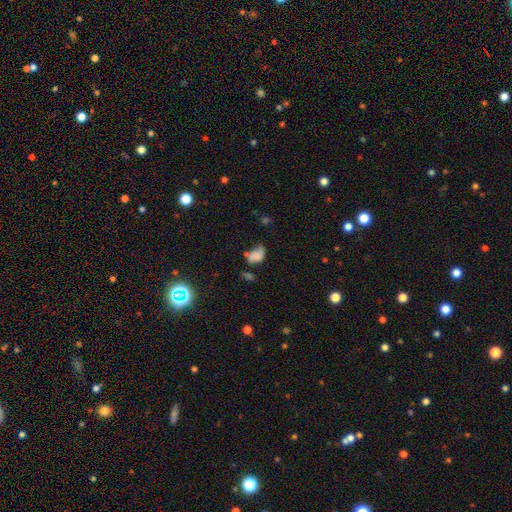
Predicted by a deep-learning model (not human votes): A smooth galaxy with no disk features (70%) that is in between round and cigar-shaped (87%).

Vote fractions:
- Smooth or featured? smooth: 70% / featured or disk: 15% / star or artifact: 14%
- How rounded? in between: 87% / round: 11% / cigar-shaped: 2%
- Merging? minor disturbance: 33% / none: 32% / major disturbance: 21% / merger: 14%